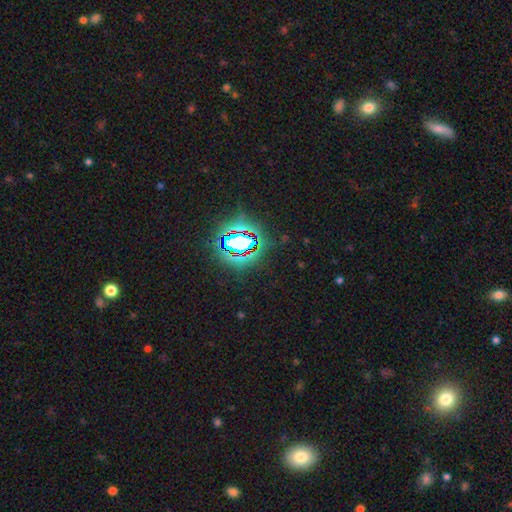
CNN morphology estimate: Smooth or featured: star or artifact — 83% (smooth — 10%)